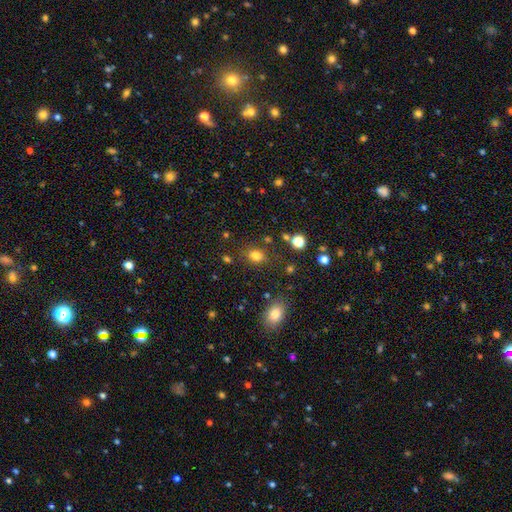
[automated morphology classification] A smooth galaxy with no disk features (80%) that is in between round and cigar-shaped (56%). Merging: none (78%).